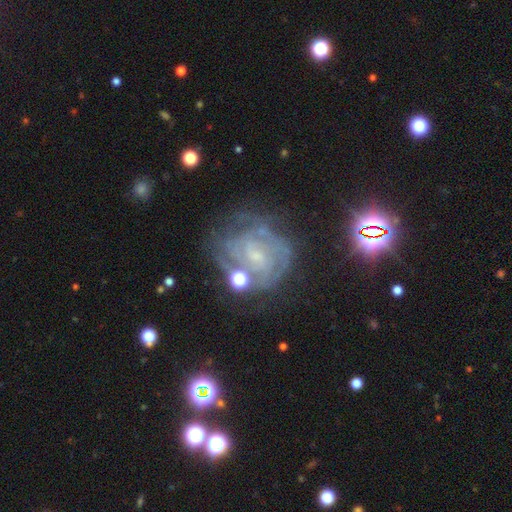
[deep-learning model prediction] smooth_or_featured: featured or disk (p=0.78) [alt: star or artifact p=0.11]
disk_edge_on: no (p=0.98) [alt: yes p=0.02]
bar: no (p=0.45) [alt: weak p=0.44]
has_spiral_arms: yes (p=0.87) [alt: no p=0.13]
spiral_winding: tight (p=0.63) [alt: medium p=0.29]
spiral_arm_count: can't tell (p=0.46) [alt: 2 p=0.20]
bulge_size: small (p=0.64) [alt: moderate p=0.18]
merging: none (p=0.60) [alt: minor disturbance p=0.20]